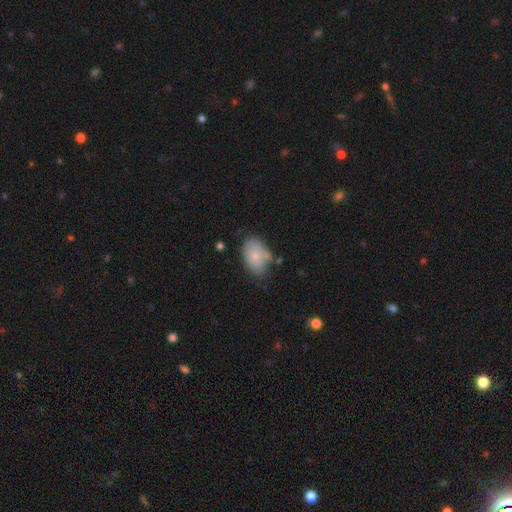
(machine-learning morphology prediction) Smooth or featured? Predicted: smooth (p=0.76). How rounded? Predicted: in between (p=0.86). Merging? Predicted: none (p=0.56).